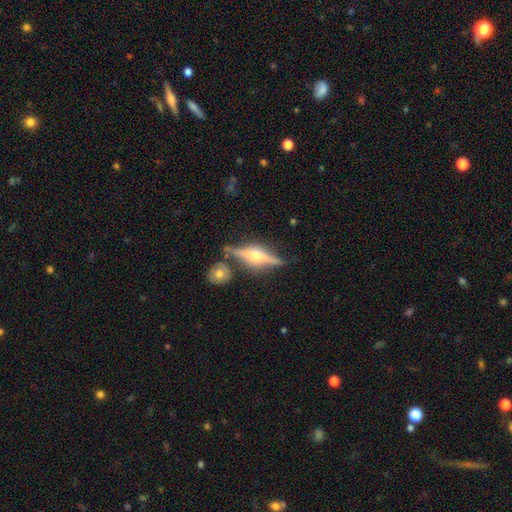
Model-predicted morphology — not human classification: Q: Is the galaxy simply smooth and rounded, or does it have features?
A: featured or disk — 80%.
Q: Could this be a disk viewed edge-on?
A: yes — 96%.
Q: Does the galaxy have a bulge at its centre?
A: rounded — 93%.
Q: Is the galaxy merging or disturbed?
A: none — 78%.